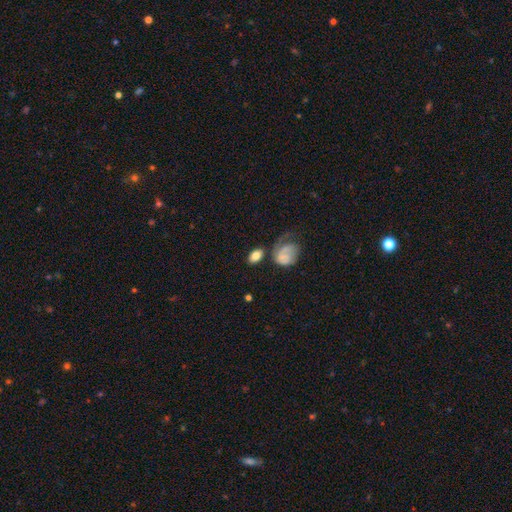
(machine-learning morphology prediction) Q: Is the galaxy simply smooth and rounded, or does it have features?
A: smooth — 79%.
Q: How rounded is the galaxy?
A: in between — 85%.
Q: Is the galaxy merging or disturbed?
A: none — 67%.